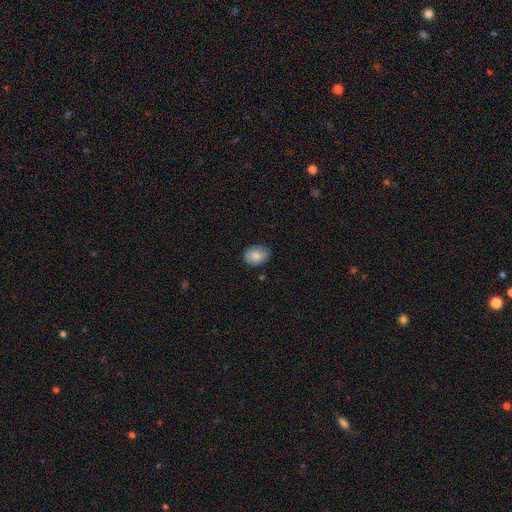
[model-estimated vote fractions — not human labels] A smooth galaxy with no disk features (85%) that is in between round and cigar-shaped (72%).

Vote fractions:
- Smooth or featured? smooth: 85% / featured or disk: 8% / star or artifact: 7%
- How rounded? in between: 72% / round: 27% / cigar-shaped: 1%
- Merging? none: 79% / minor disturbance: 17% / major disturbance: 3% / merger: 1%